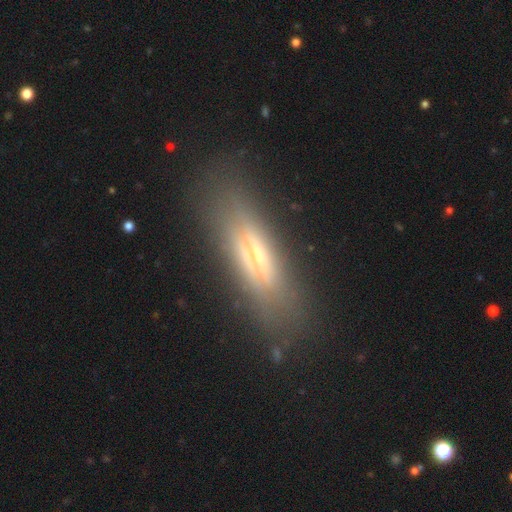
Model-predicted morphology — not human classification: smooth-or-featured: featured or disk: 63% | smooth: 28% | star or artifact: 9%
  disk-edge-on: yes: 85% | no: 15%
    edge-on-bulge: rounded: 60% | none: 24% | boxy: 16%
  merging: none: 77% | minor disturbance: 15% | major disturbance: 7% | merger: 2%